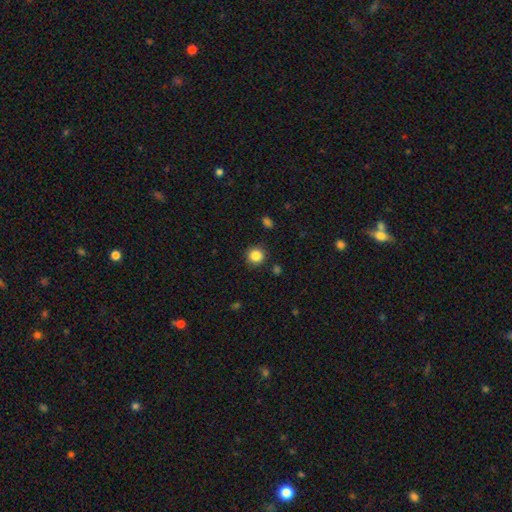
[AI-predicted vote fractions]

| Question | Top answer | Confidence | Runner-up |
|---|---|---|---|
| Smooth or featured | smooth | 85% | star or artifact (11%) |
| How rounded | round | 92% | in between (7%) |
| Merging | none | 89% | minor disturbance (7%) |